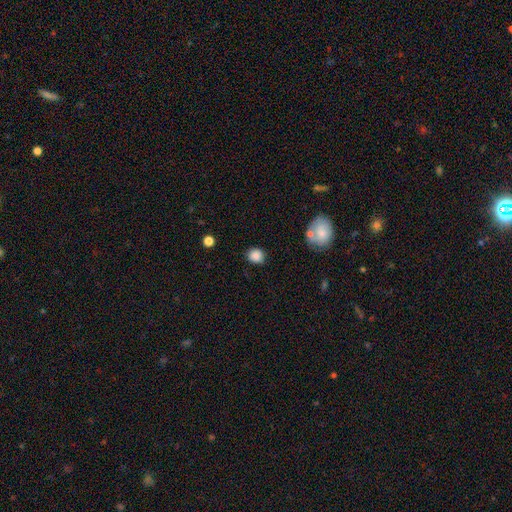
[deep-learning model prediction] Smooth or featured? Predicted: smooth (p=0.87). How rounded? Predicted: round (p=0.77). Merging? Predicted: none (p=0.82).